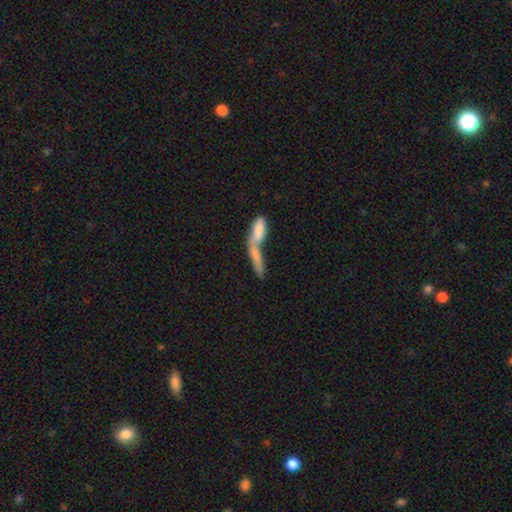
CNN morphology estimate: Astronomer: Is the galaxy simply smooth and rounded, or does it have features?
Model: smooth — 71%.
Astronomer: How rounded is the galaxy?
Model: cigar-shaped — 65%.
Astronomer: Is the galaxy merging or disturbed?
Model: merger — 73%.